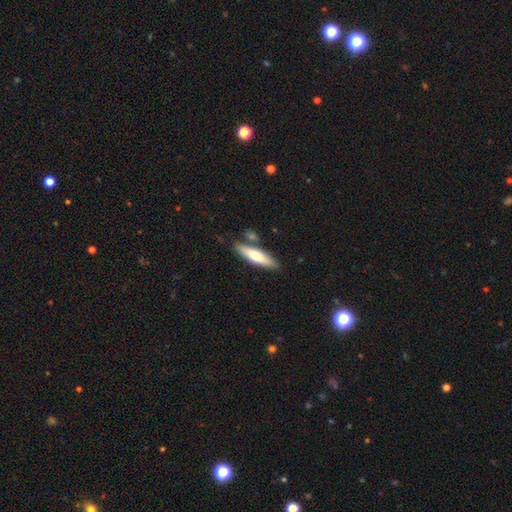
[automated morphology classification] The model was most divided on "smooth or featured": smooth: 63%, featured or disk: 32%, star or artifact: 5%. More confident: merging — none (77%); how rounded — cigar-shaped (75%).